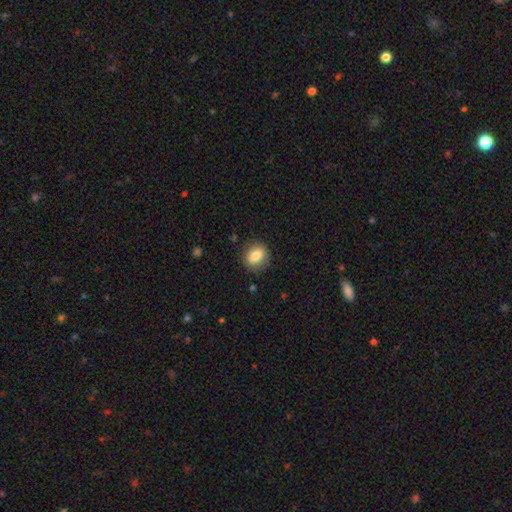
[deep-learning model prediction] smooth_or_featured: smooth (p=0.78) [alt: featured or disk p=0.14]
how_rounded: round (p=0.62) [alt: in between p=0.37]
merging: none (p=0.87) [alt: minor disturbance p=0.10]